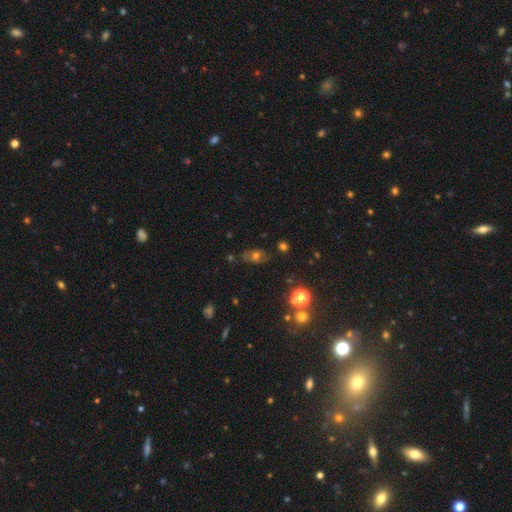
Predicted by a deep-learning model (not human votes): A smooth galaxy with no disk features (52%) that is in between round and cigar-shaped (72%). Merging: none (73%).